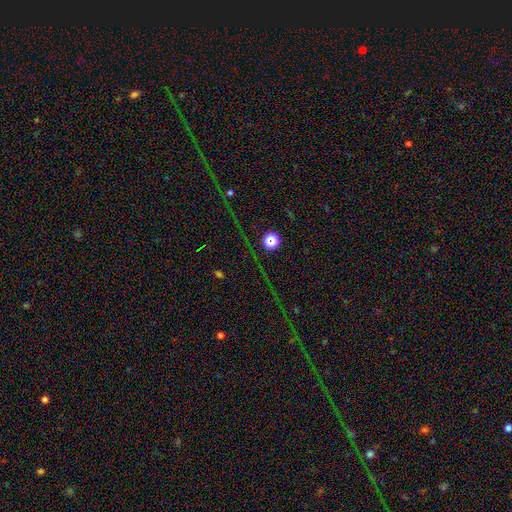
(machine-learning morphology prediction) type=star or artifact (73%).